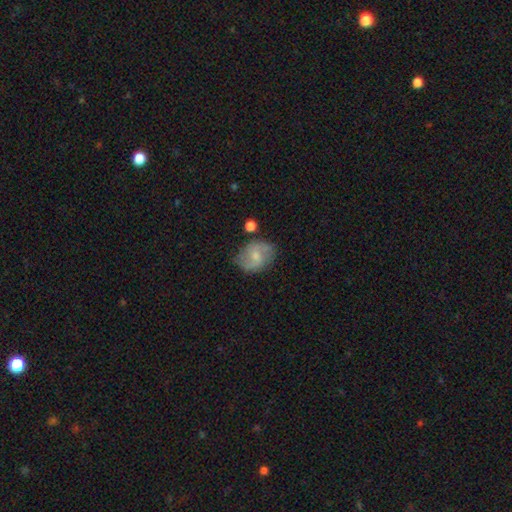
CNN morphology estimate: type=featured or disk (56%); edge-on=no (97%); bar=weak (47%); spiral arms=yes (84%); bulge=small (53%); merging=none (72%).